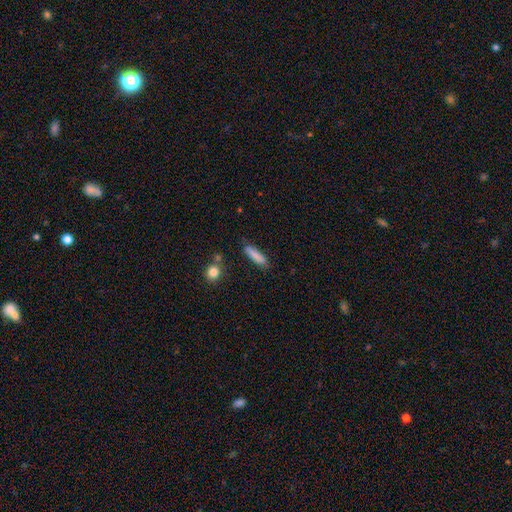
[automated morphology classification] Smooth or featured? smooth (84%)
How rounded? cigar-shaped (80%)
Merging? none (83%)